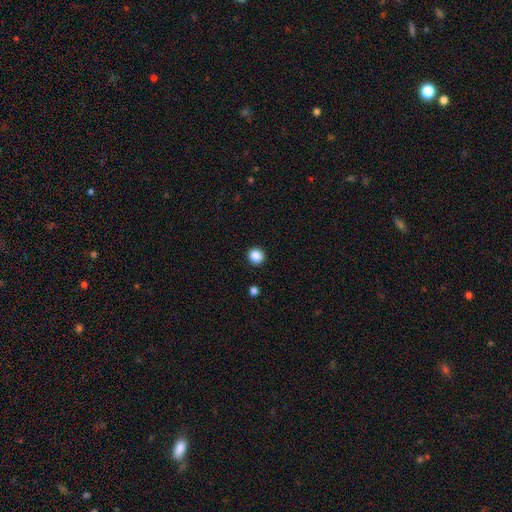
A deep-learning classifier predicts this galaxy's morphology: A smooth galaxy with no disk features (88%) that is round (92%).

Vote fractions:
- Smooth or featured? smooth: 88% / star or artifact: 10% / featured or disk: 3%
- How rounded? round: 92% / in between: 7% / cigar-shaped: 1%
- Merging? none: 92% / minor disturbance: 5% / major disturbance: 2% / merger: 1%